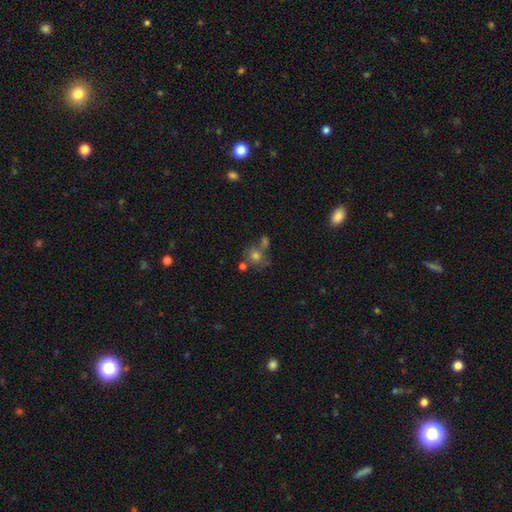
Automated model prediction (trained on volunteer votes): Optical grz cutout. It shows a smooth galaxy with no disk features (68%) that is round (75%). Merging: none (42%).